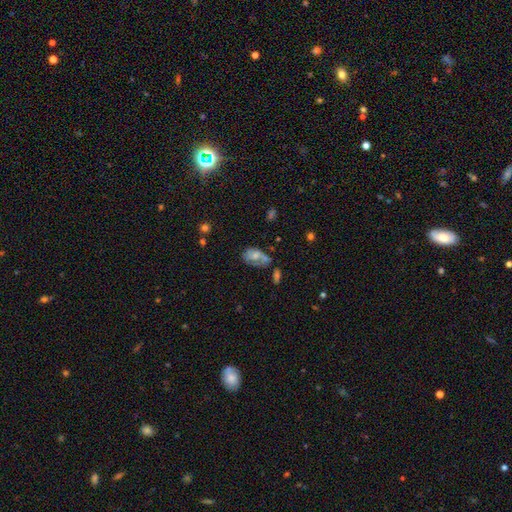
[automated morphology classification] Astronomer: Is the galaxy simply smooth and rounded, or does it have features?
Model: smooth — 54% (runner-up: featured or disk, 36%).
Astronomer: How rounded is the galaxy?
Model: in between — 87%.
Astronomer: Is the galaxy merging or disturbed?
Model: none — 33% (runner-up: minor disturbance, 28%).